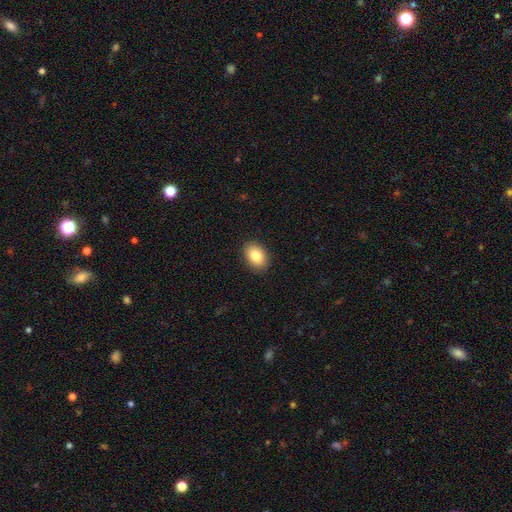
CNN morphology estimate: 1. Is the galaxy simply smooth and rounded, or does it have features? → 84% smooth, 8% featured or disk, 8% star or artifact.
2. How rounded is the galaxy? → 81% in between, 18% round, 1% cigar-shaped.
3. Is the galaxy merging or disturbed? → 90% none, 7% minor disturbance, 2% major disturbance, 1% merger.